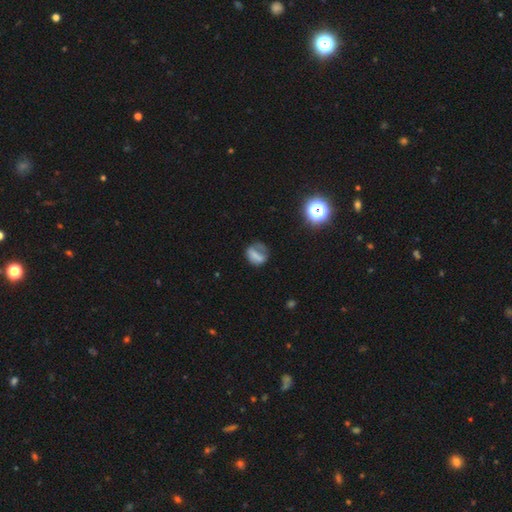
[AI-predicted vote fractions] smooth_or_featured: smooth (p=0.60) [alt: featured or disk p=0.26]
how_rounded: round (p=0.52) [alt: in between p=0.45]
merging: none (p=0.43) [alt: minor disturbance p=0.27]